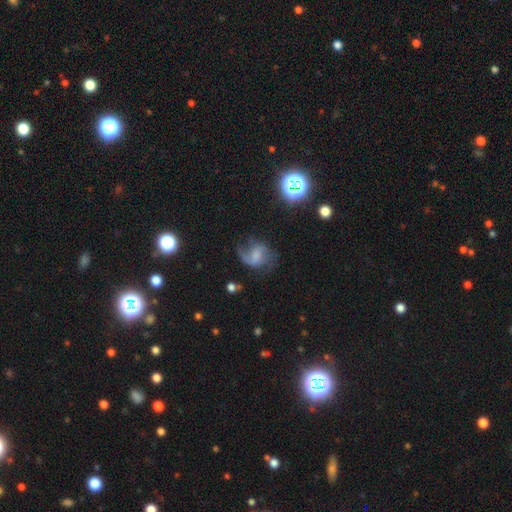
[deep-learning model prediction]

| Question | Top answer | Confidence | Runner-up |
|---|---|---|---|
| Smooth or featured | featured or disk | 64% | smooth (24%) |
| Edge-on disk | no | 97% | yes (3%) |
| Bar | weak | 45% | no (39%) |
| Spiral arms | yes | 87% | no (13%) |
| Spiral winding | loose | 54% | medium (36%) |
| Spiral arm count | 2 | 57% | 1 (28%) |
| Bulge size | none | 46% | small (23%) |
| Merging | none | 47% | major disturbance (28%) |